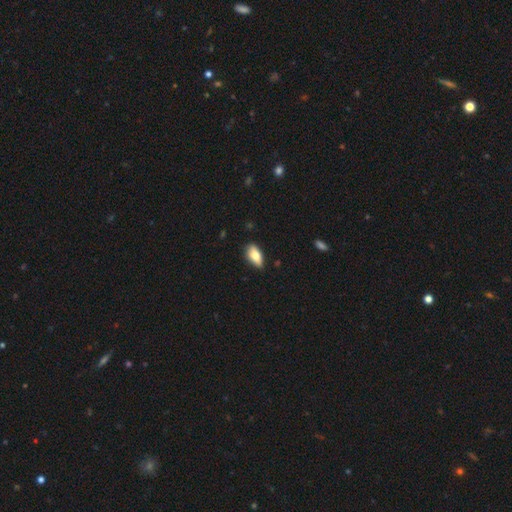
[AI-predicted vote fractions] Overall: smooth (75%). How rounded: in between (87%). Merging: none (78%).